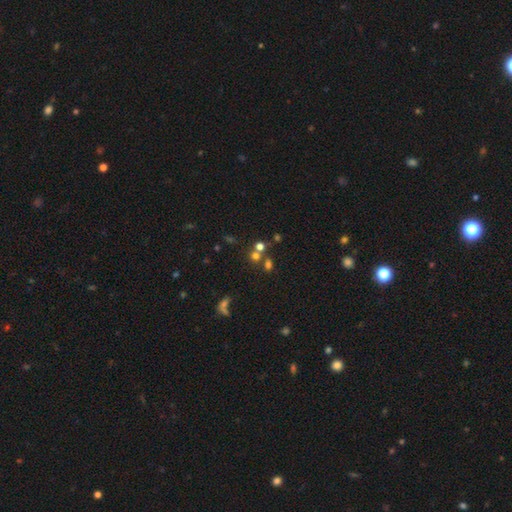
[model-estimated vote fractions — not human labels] A smooth galaxy with no disk features (59%) that is round (81%).

Vote fractions:
- Smooth or featured? smooth: 59% / star or artifact: 27% / featured or disk: 13%
- How rounded? round: 81% / in between: 18% / cigar-shaped: 1%
- Merging? none: 52% / merger: 35% / minor disturbance: 8% / major disturbance: 5%